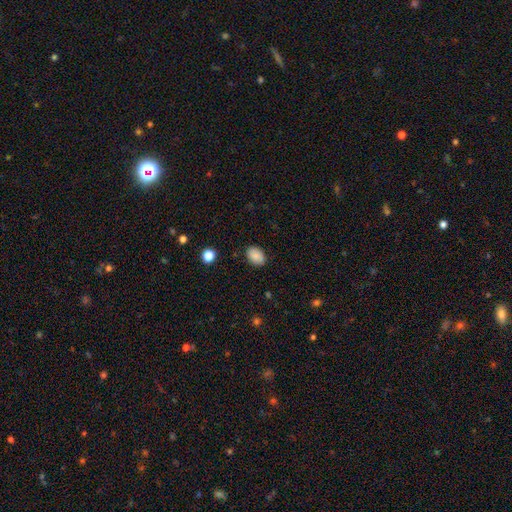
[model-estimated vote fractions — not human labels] smooth 85%, star or artifact 8%, featured or disk 6%. Down the decision tree: how rounded — in between (81%); merging — none (85%).